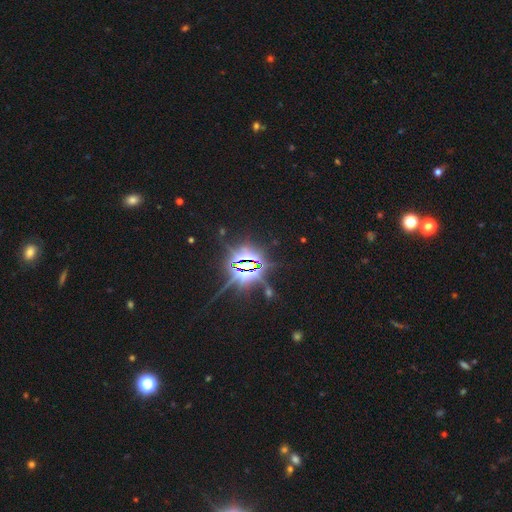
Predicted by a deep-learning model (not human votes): Smooth or featured? star or artifact (86%)